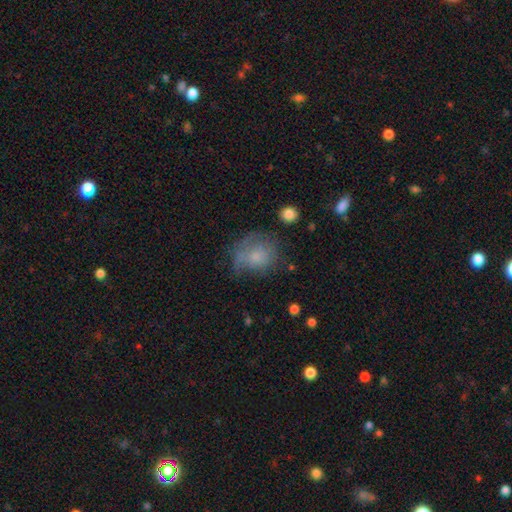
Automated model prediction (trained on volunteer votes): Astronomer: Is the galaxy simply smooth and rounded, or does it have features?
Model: smooth — 62%.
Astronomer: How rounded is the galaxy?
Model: round — 60% (runner-up: in between, 39%).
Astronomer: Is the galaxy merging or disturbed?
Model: none — 45% (runner-up: minor disturbance, 29%).